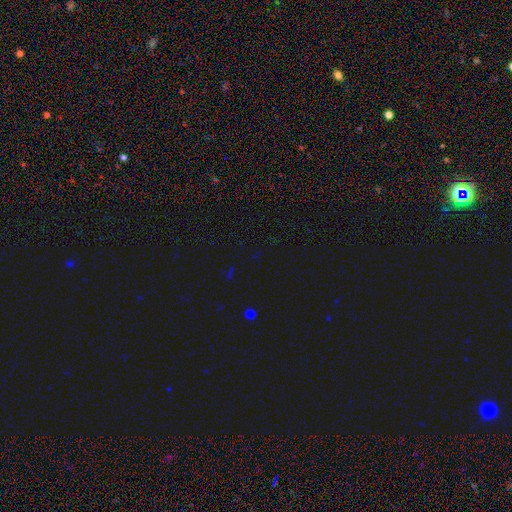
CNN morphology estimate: Smooth or featured: star or artifact — 71% (smooth — 21%)